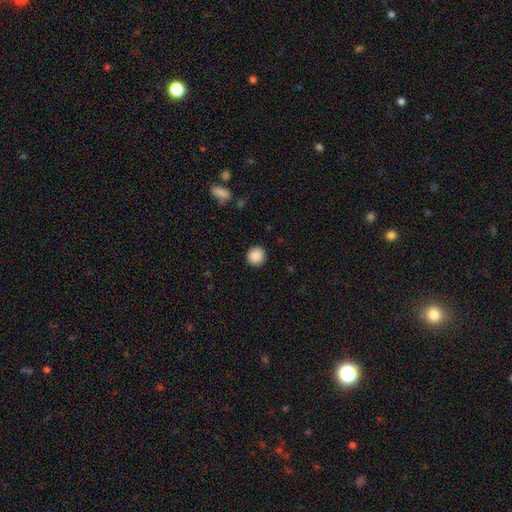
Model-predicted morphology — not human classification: The model was most divided on "smooth or featured": smooth: 89%, star or artifact: 9%, featured or disk: 3%. More confident: how rounded — round (94%); merging — none (91%).